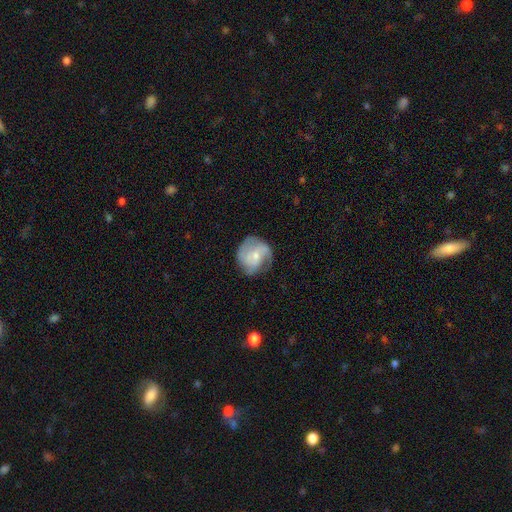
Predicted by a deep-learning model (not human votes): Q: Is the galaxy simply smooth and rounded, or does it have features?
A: featured or disk — 58%.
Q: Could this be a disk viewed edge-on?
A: no — 98%.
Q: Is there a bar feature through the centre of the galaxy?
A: no — 59%.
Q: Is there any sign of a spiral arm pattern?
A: yes — 82%.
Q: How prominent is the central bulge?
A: small — 55%.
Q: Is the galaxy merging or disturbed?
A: none — 59%.